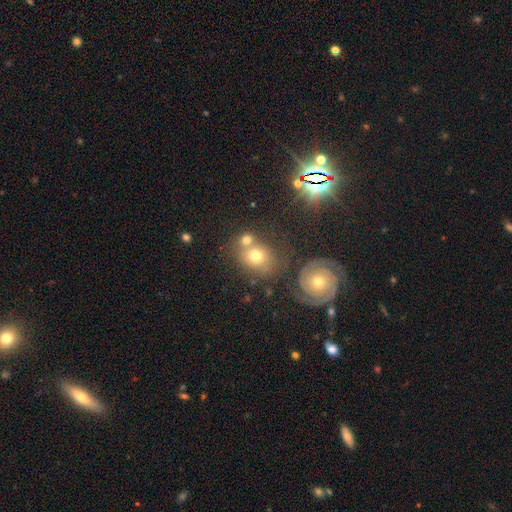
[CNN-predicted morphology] This is possibly a smooth galaxy (56%). How rounded: likely round (68%). Merging: possibly none (45%).